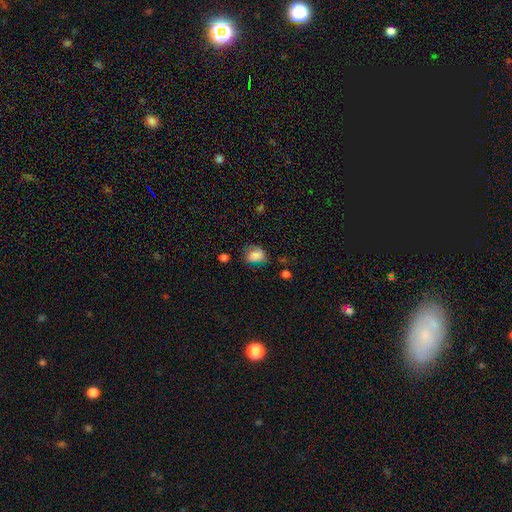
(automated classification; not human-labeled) Smooth or featured?
  - smooth: 78% *
  - featured or disk: 13%
  - star or artifact: 9%
How rounded?
  - in between: 64% *
  - round: 35%
  - cigar-shaped: 1%
Merging?
  - none: 50% *
  - minor disturbance: 33%
  - major disturbance: 14%
  - merger: 3%